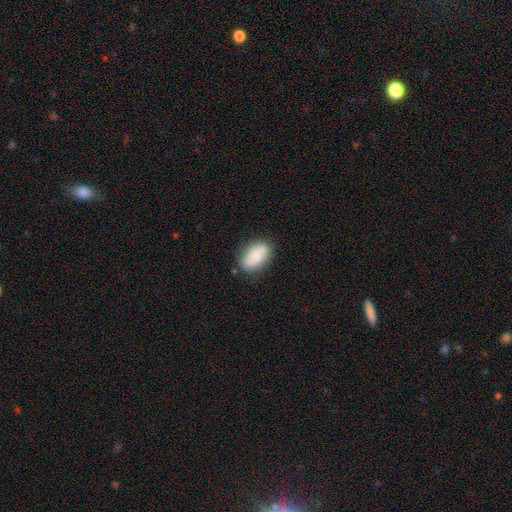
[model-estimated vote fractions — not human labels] Smooth or featured? Predicted: smooth (p=0.67). How rounded? Predicted: in between (p=0.90). Merging? Predicted: none (p=0.76).